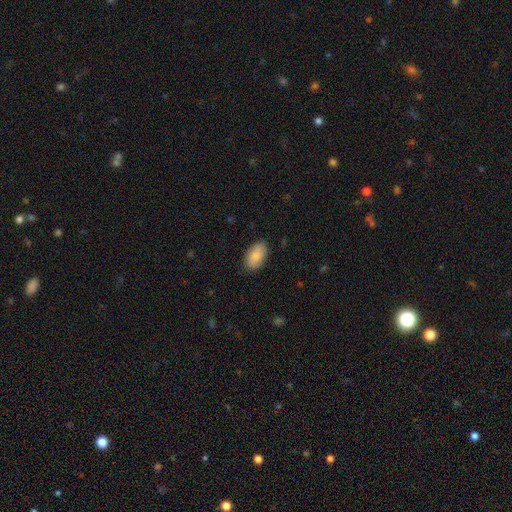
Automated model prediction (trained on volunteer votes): Overall: smooth (85%). How rounded: in between (94%). Merging: none (85%).